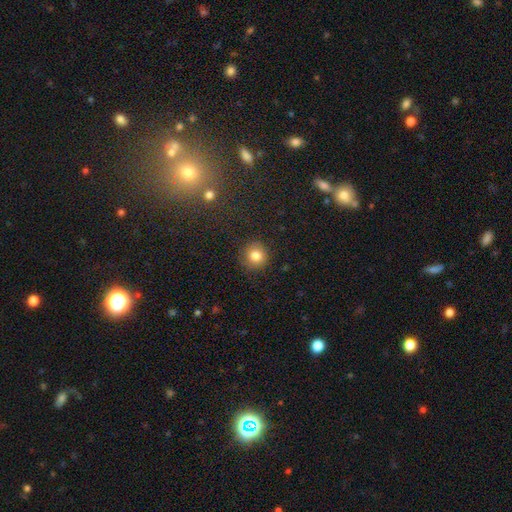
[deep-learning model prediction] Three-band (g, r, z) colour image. It shows a smooth galaxy with no disk features (81%) that is round (93%). Merging: none (88%).